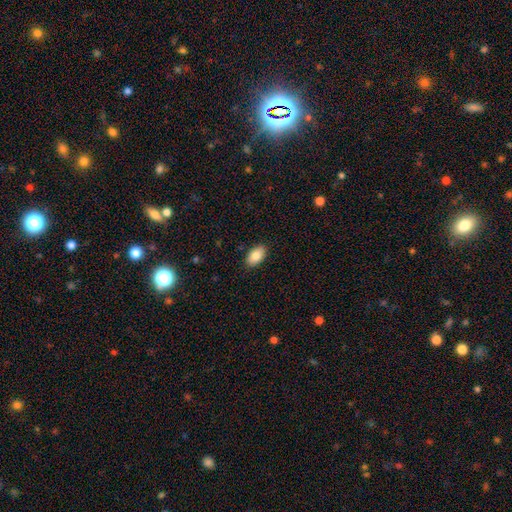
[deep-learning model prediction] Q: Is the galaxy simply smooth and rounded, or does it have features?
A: smooth — 84%.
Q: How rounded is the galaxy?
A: in between — 93%.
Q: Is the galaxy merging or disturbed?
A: none — 89%.